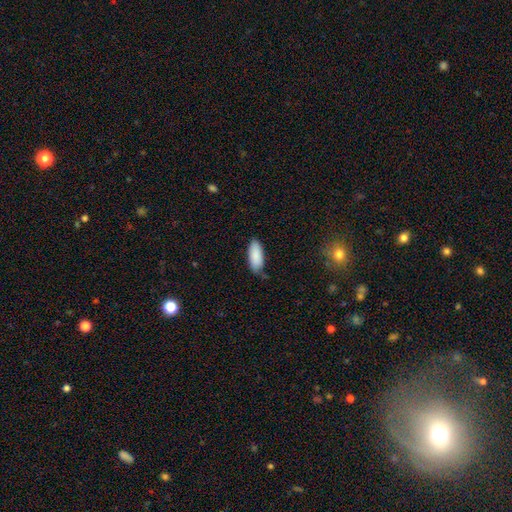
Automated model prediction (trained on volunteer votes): A smooth galaxy with no disk features (88%) that is in between round and cigar-shaped (84%).

Vote fractions:
- Smooth or featured? smooth: 88% / star or artifact: 6% / featured or disk: 6%
- How rounded? in between: 84% / cigar-shaped: 15% / round: 2%
- Merging? none: 72% / minor disturbance: 22% / major disturbance: 4% / merger: 2%